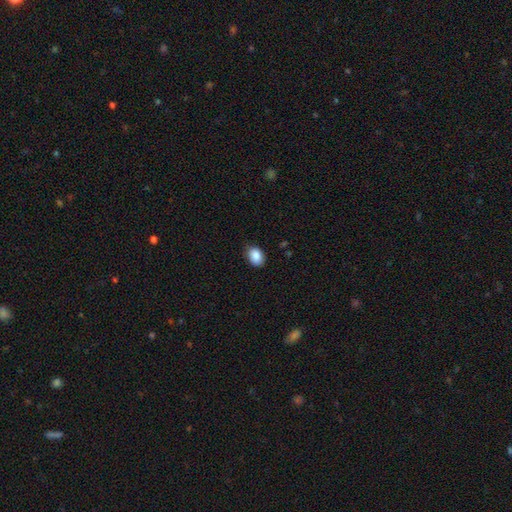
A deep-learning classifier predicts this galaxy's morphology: smooth_or_featured: smooth (p=0.87) [alt: star or artifact p=0.08]
how_rounded: in between (p=0.70) [alt: round p=0.29]
merging: none (p=0.76) [alt: minor disturbance p=0.20]